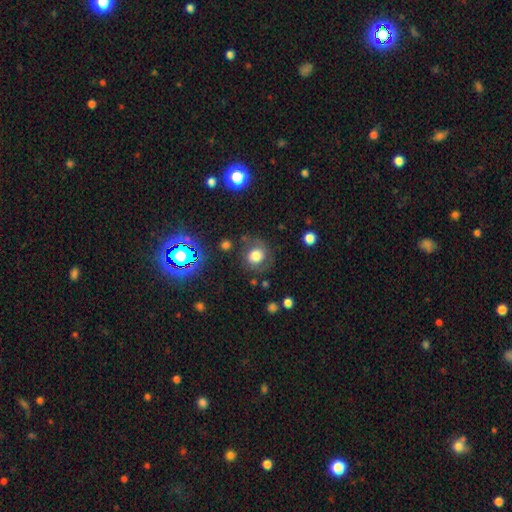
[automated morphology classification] Q: Smooth or featured?
A: smooth (63%); runner-up: featured or disk (22%)
Q: How rounded?
A: round (83%); runner-up: in between (16%)
Q: Merging?
A: none (71%); runner-up: minor disturbance (16%)